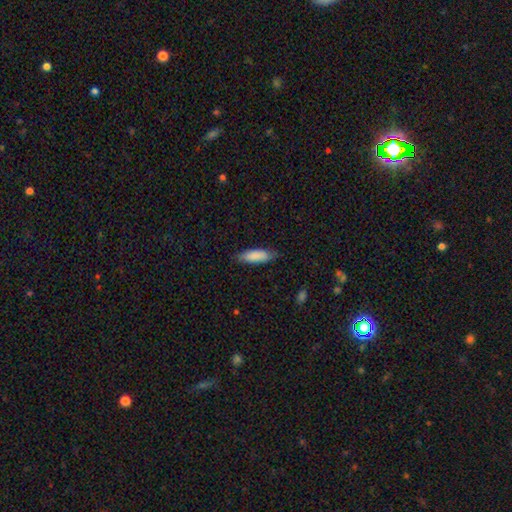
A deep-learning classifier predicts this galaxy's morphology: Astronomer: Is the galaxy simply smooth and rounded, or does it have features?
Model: smooth — 87%.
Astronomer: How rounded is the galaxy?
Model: in between — 58% (runner-up: cigar-shaped, 41%).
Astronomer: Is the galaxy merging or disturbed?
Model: none — 80%.